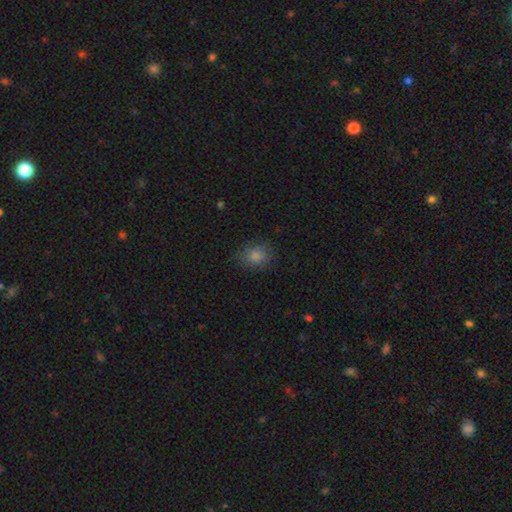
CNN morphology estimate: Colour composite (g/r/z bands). It shows a smooth galaxy with no disk features (79%) that is round (62%). Merging: none (83%).